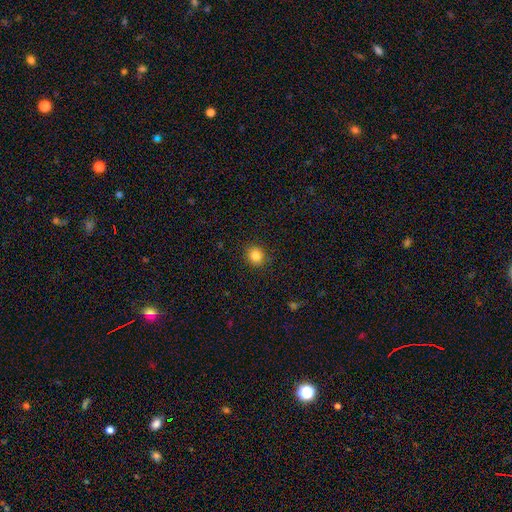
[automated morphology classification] The model was most divided on "how rounded": round: 82%, in between: 17%, cigar-shaped: 1%. More confident: merging — none (90%); smooth or featured — smooth (85%).